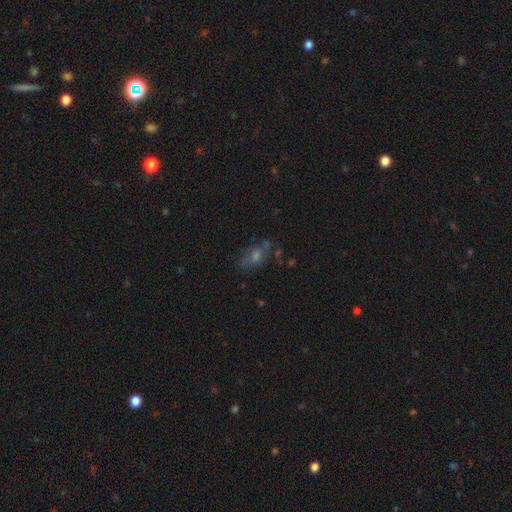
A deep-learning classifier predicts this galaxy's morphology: Overall: smooth (39%; featured or disk 35%). Merging: none (60%).